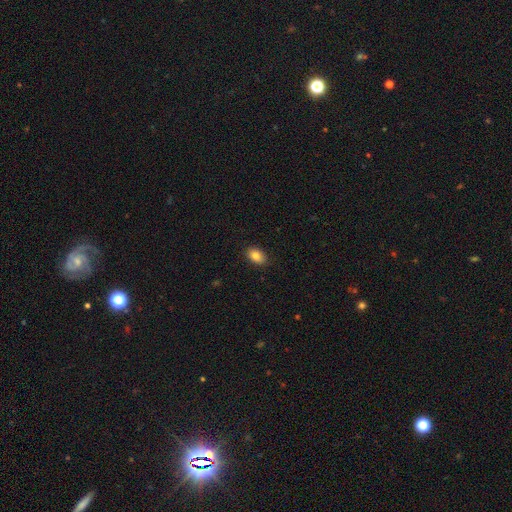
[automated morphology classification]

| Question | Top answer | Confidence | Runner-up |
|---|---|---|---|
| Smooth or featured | smooth | 85% | star or artifact (8%) |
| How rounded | in between | 84% | round (14%) |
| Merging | none | 87% | minor disturbance (10%) |